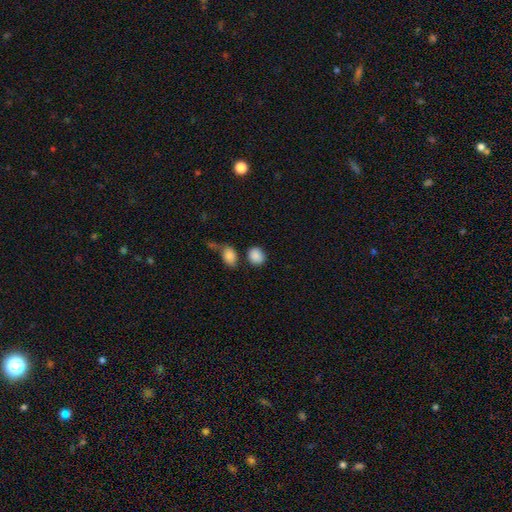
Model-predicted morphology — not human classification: A smooth galaxy with no disk features (88%) that is round (55%). Merging: none (68%).